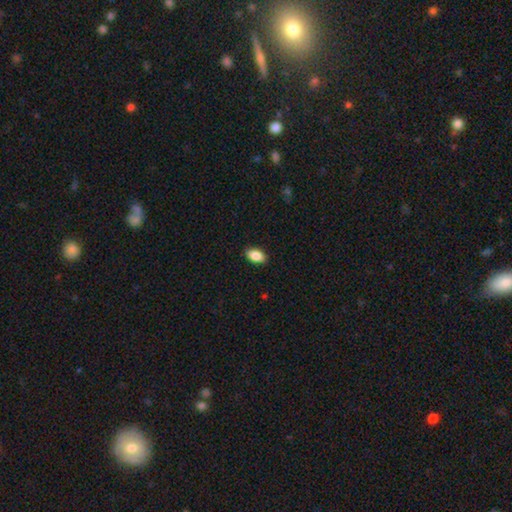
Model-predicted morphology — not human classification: smooth_or_featured: smooth (p=0.87) [alt: star or artifact p=0.07]
how_rounded: in between (p=0.92) [alt: round p=0.06]
merging: none (p=0.89) [alt: minor disturbance p=0.08]